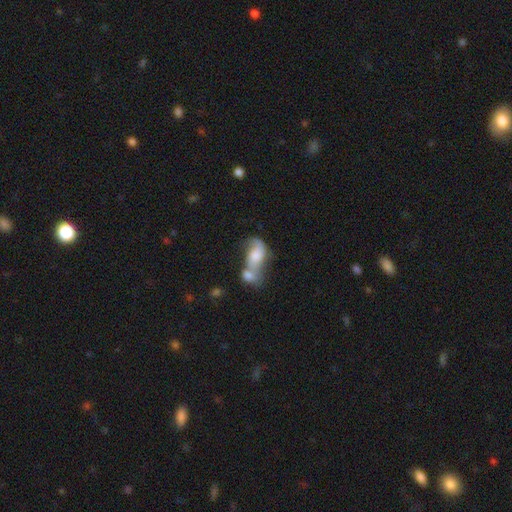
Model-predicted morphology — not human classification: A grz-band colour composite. It shows a smooth galaxy with no disk features (52%) that is in between round and cigar-shaped (82%). Merging: merger (67%).